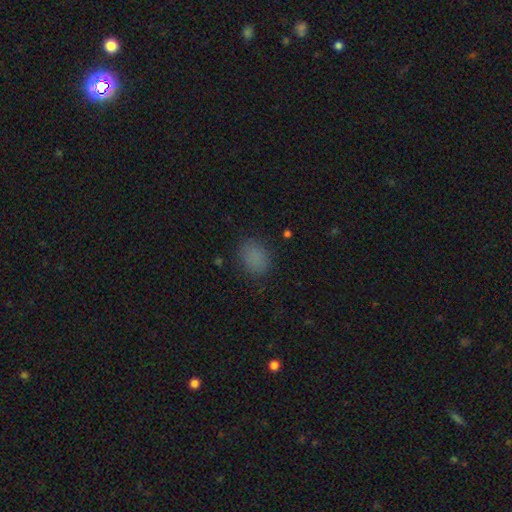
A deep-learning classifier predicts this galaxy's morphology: Smooth or featured?
  - smooth: 82% *
  - star or artifact: 14%
  - featured or disk: 4%
How rounded?
  - in between: 56% *
  - round: 43%
  - cigar-shaped: 1%
Merging?
  - none: 85% *
  - minor disturbance: 11%
  - major disturbance: 3%
  - merger: 1%